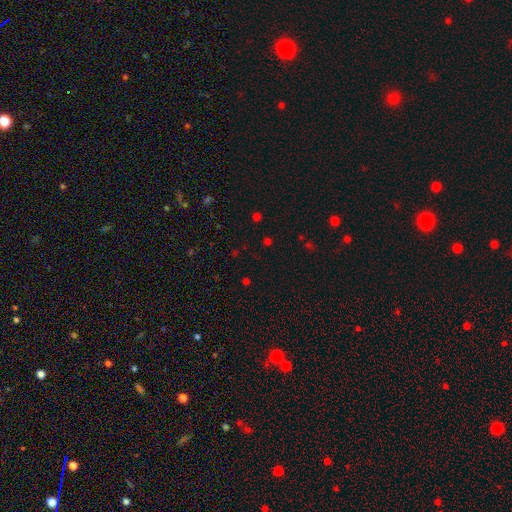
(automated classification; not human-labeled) Smooth or featured?
  - star or artifact: 55% *
  - smooth: 38%
  - featured or disk: 7%